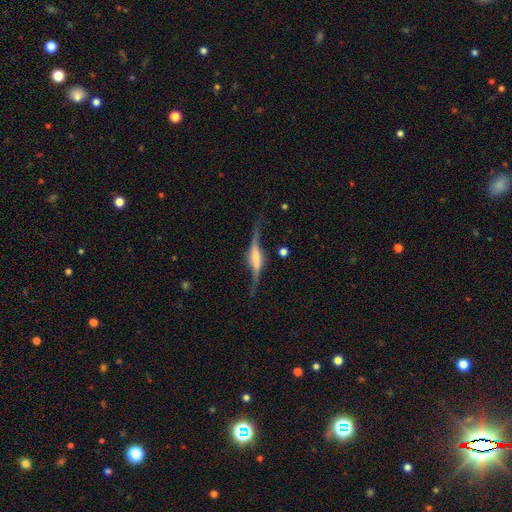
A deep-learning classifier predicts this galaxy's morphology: Smooth or featured? featured or disk (83%)
Edge-on disk? yes (73%)
Edge-on bulge? rounded (59%)
Merging? none (63%)